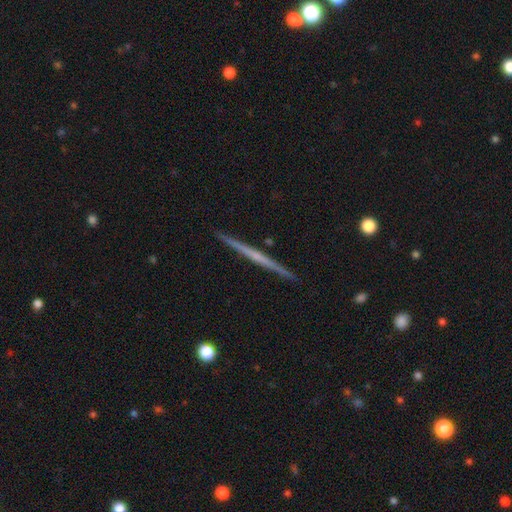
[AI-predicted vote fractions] Smooth or featured? featured or disk (67%)
Edge-on disk? yes (98%)
Edge-on bulge? none (80%)
Merging? none (93%)